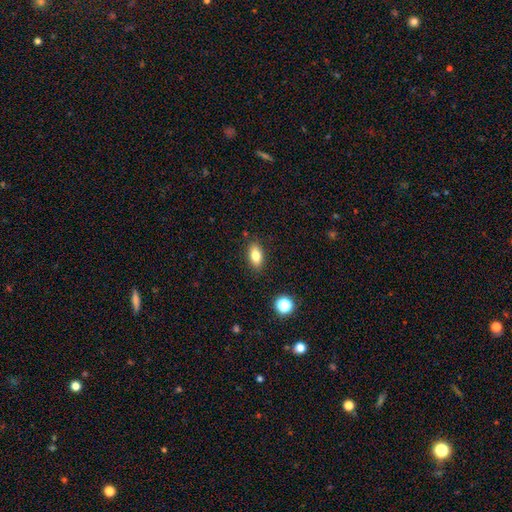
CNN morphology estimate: A smooth galaxy with no disk features (80%) that is in between round and cigar-shaped (86%).

Vote fractions:
- Smooth or featured? smooth: 80% / featured or disk: 11% / star or artifact: 9%
- How rounded? in between: 86% / round: 7% / cigar-shaped: 6%
- Merging? none: 87% / minor disturbance: 9% / major disturbance: 2% / merger: 2%